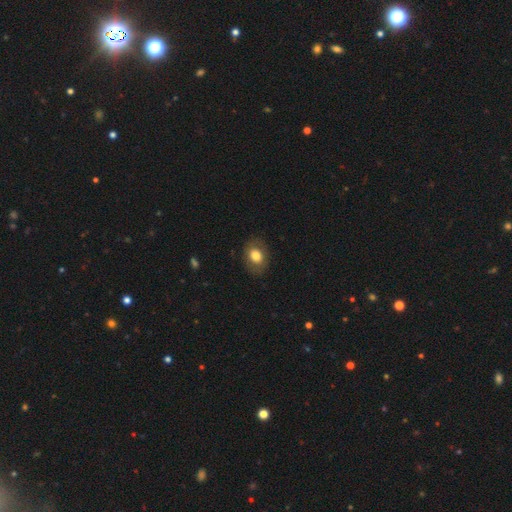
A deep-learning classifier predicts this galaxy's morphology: Smooth or featured: smooth — 76% (featured or disk — 16%)
How rounded: in between — 67% (round — 32%)
Merging: none — 83% (minor disturbance — 12%)